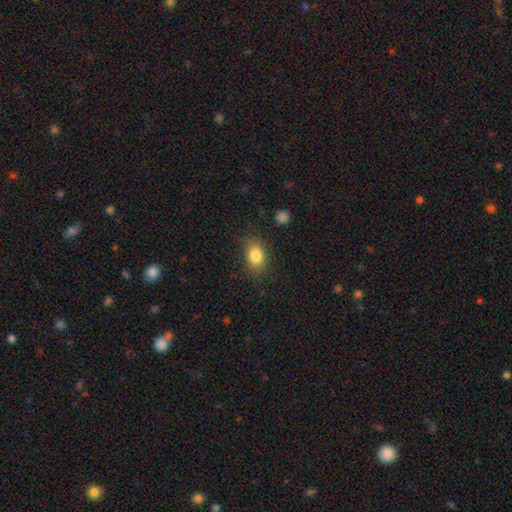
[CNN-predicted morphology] Smooth or featured? smooth (84%)
How rounded? in between (71%)
Merging? none (79%)